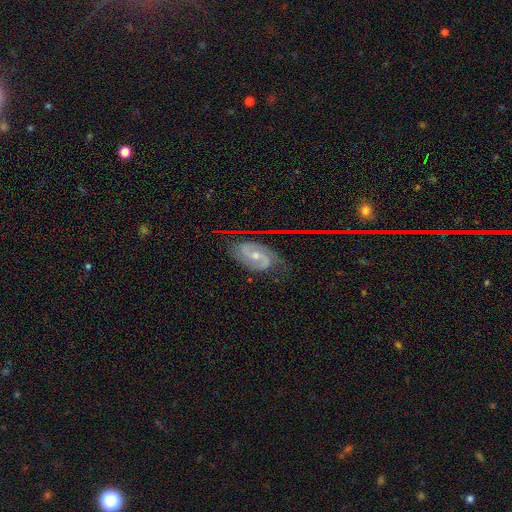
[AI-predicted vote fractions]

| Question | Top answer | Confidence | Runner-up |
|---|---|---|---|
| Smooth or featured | featured or disk | 83% | star or artifact (9%) |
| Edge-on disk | no | 96% | yes (4%) |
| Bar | no | 54% | weak (36%) |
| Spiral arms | yes | 97% | no (3%) |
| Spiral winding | medium | 47% | tight (39%) |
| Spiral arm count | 2 | 78% | 3 (8%) |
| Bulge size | small | 57% | moderate (38%) |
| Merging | none | 70% | minor disturbance (20%) |